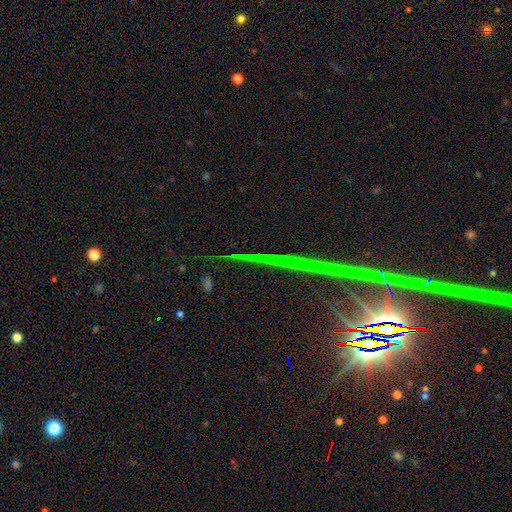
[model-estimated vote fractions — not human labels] Morphology: type=star or artifact (82%).